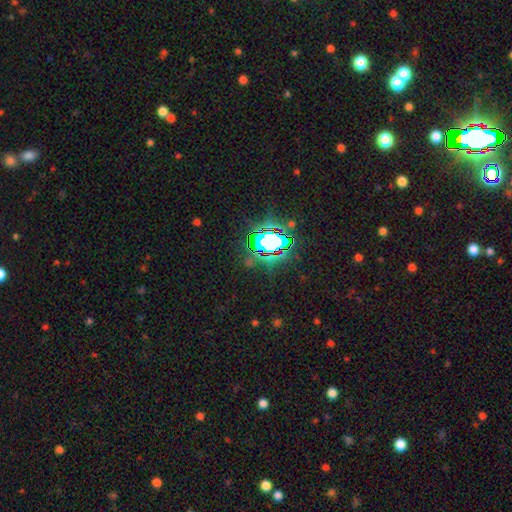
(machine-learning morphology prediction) Smooth or featured? Predicted: star or artifact (p=0.83).